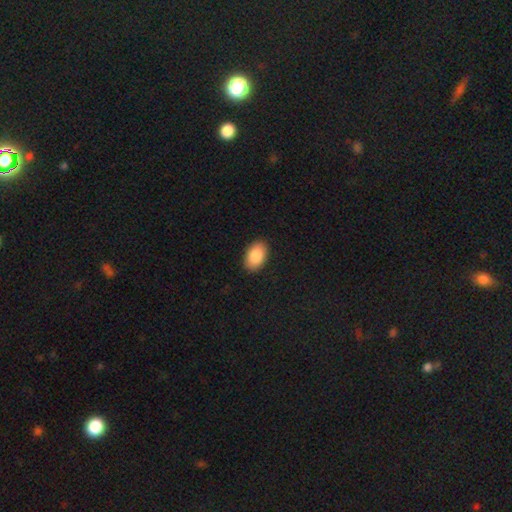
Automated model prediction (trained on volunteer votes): Overall: smooth (87%). How rounded: in between (91%). Merging: none (90%).